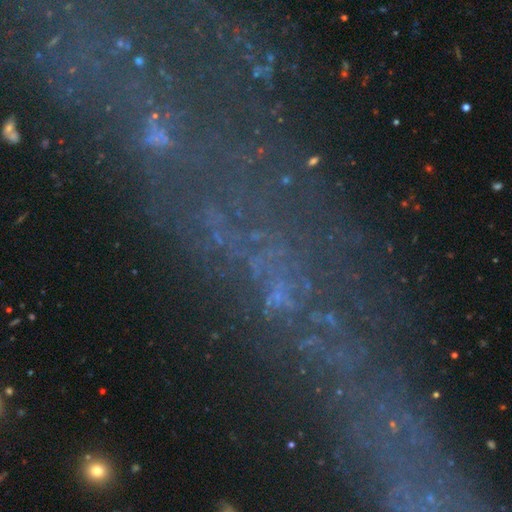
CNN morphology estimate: smooth-or-featured: star or artifact: 56% | featured or disk: 27% | smooth: 16%